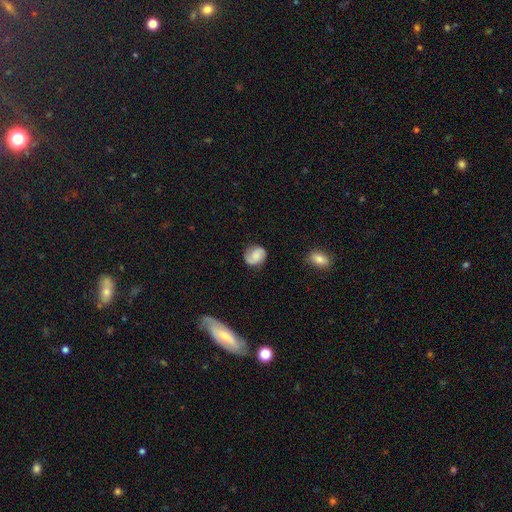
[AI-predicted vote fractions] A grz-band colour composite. It shows a smooth galaxy with no disk features (46%). Merging: none (75%).